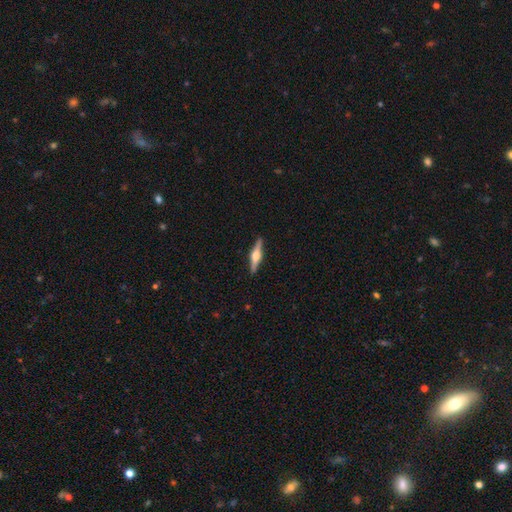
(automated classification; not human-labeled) smooth_or_featured: featured or disk (p=0.75) [alt: smooth p=0.20]
disk_edge_on: yes (p=0.98) [alt: no p=0.02]
edge_on_bulge: rounded (p=0.94) [alt: boxy p=0.05]
merging: none (p=0.91) [alt: minor disturbance p=0.06]